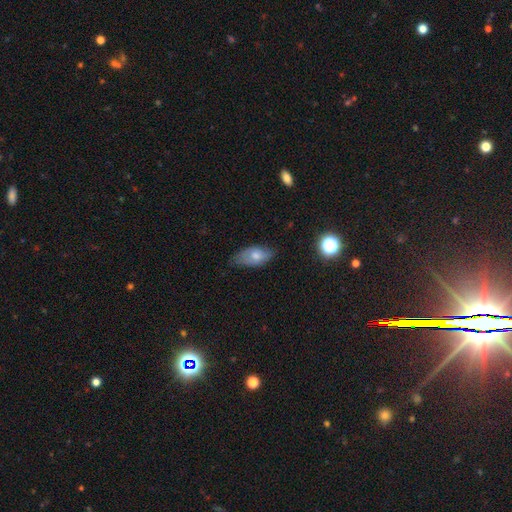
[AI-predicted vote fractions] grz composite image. It shows a smooth galaxy with no disk features (68%) that is in between round and cigar-shaped (91%). Merging: none (58%).